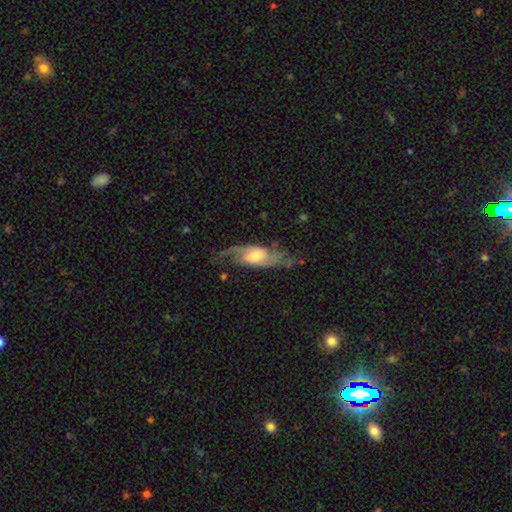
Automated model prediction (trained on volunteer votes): Smooth or featured? Predicted: featured or disk (p=0.80). Edge-on disk? Predicted: no (p=0.87). Bar? Predicted: no (p=0.59). Spiral arms? Predicted: yes (p=0.94). Spiral winding? Predicted: loose (p=0.44). Spiral arm count? Predicted: 2 (p=0.75). Bulge size? Predicted: moderate (p=0.57). Merging? Predicted: none (p=0.60).